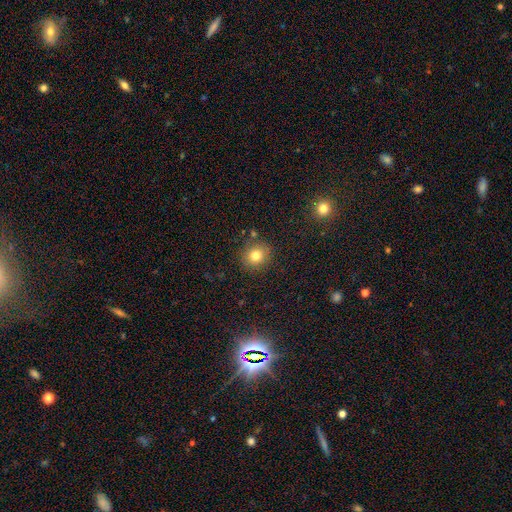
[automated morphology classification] type=smooth (80%); roundness=round (85%); merging=none (84%).